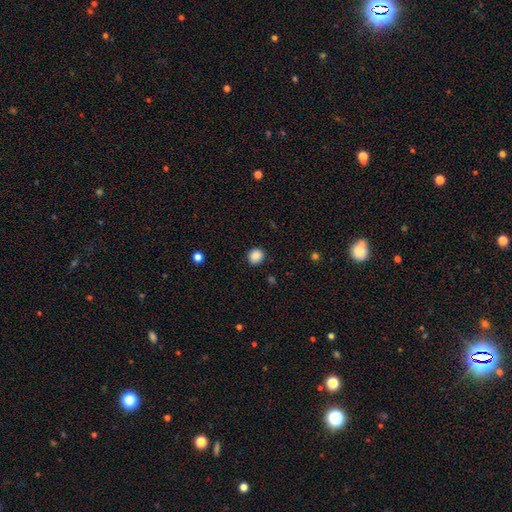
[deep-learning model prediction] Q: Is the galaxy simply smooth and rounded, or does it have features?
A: smooth — 88%.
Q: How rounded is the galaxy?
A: round — 83%.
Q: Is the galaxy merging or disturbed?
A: none — 90%.